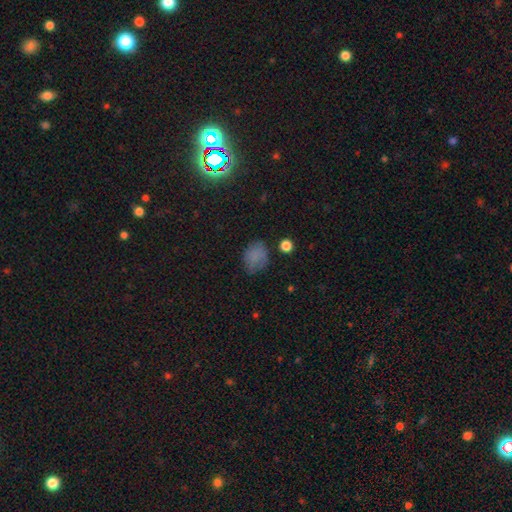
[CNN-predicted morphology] Smooth or featured? smooth (78%)
How rounded? in between (59%)
Merging? none (60%)